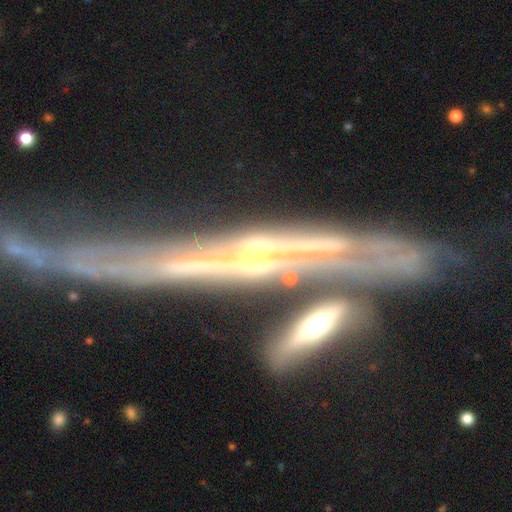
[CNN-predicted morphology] Q: Smooth or featured?
A: featured or disk (82%); runner-up: smooth (9%)
Q: Edge-on disk?
A: yes (74%); runner-up: no (26%)
Q: Edge-on bulge?
A: rounded (64%); runner-up: none (28%)
Q: Merging?
A: merger (35%); runner-up: none (27%)